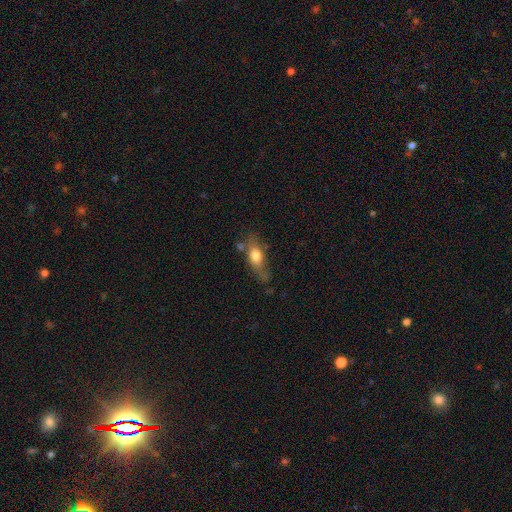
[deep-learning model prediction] Smooth or featured: smooth — 66% (featured or disk — 26%)
How rounded: in between — 69% (cigar-shaped — 24%)
Merging: none — 52% (minor disturbance — 27%)